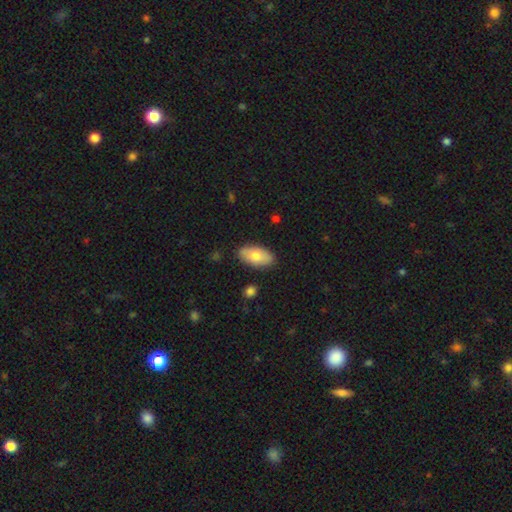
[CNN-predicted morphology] Q: Smooth or featured?
A: smooth (71%); runner-up: featured or disk (23%)
Q: How rounded?
A: in between (93%); runner-up: round (4%)
Q: Merging?
A: none (85%); runner-up: minor disturbance (11%)